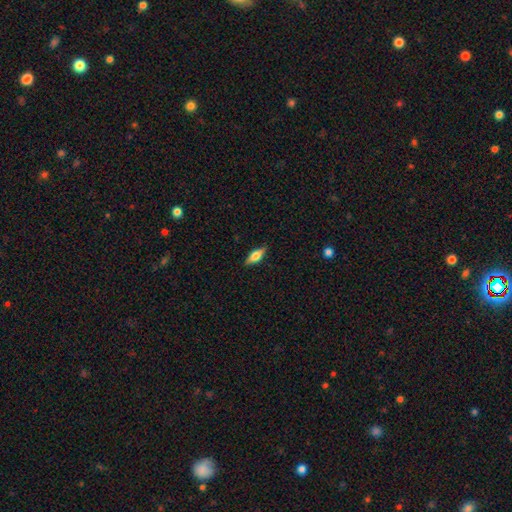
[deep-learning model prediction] Overall: smooth (57%; featured or disk 36%). How rounded: in between (67%; cigar-shaped 30%). Merging: none (86%).